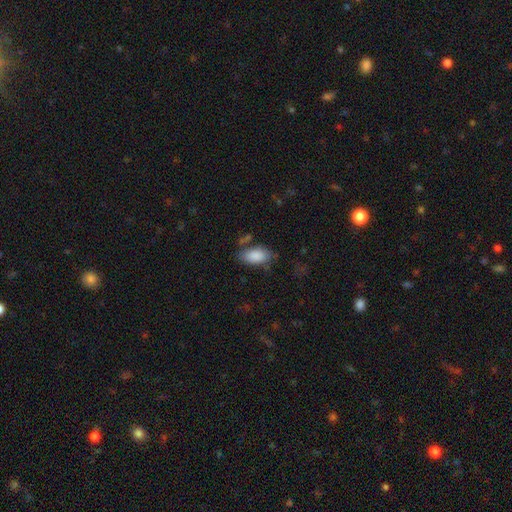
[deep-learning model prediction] Smooth or featured?
  - smooth: 88% *
  - star or artifact: 7%
  - featured or disk: 6%
How rounded?
  - in between: 93% *
  - round: 3%
  - cigar-shaped: 3%
Merging?
  - none: 67% *
  - minor disturbance: 20%
  - major disturbance: 7%
  - merger: 6%